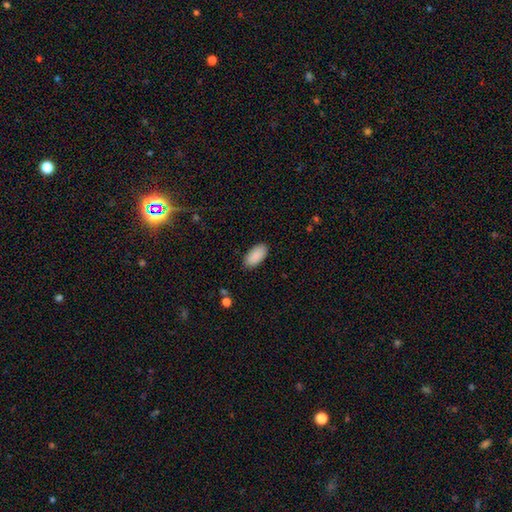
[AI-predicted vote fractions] Smooth or featured? smooth (91%)
How rounded? in between (95%)
Merging? none (88%)